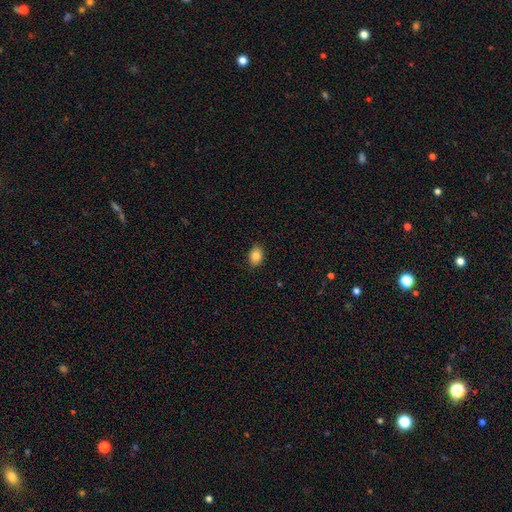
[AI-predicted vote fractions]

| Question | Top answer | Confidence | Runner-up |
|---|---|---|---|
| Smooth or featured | smooth | 85% | star or artifact (9%) |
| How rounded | in between | 74% | round (25%) |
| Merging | none | 88% | minor disturbance (9%) |